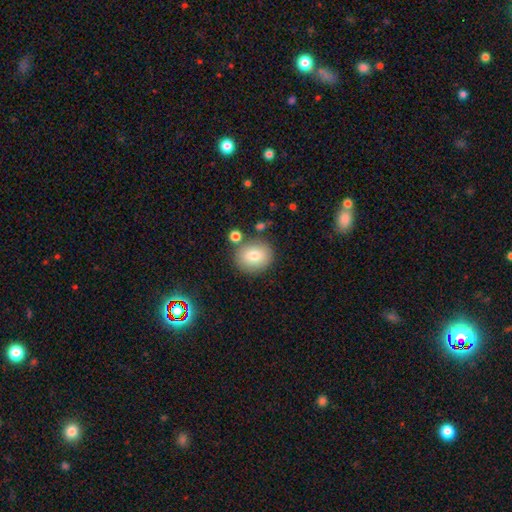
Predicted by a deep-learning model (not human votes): This appears to be a smooth galaxy with no disk features (79%) that is round (68%). Merging: none (77%).